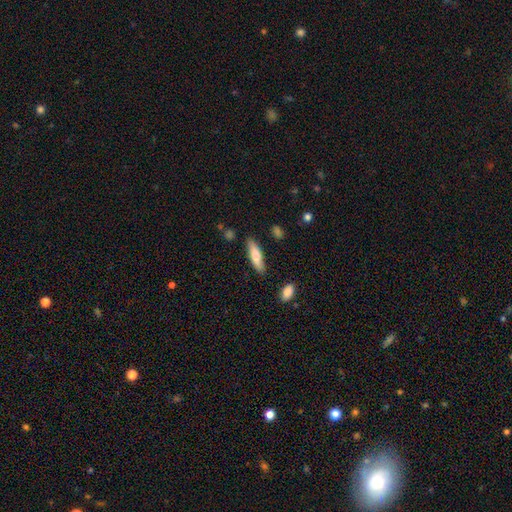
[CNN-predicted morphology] type=smooth (74%); roundness=cigar-shaped (64%); merging=none (82%).